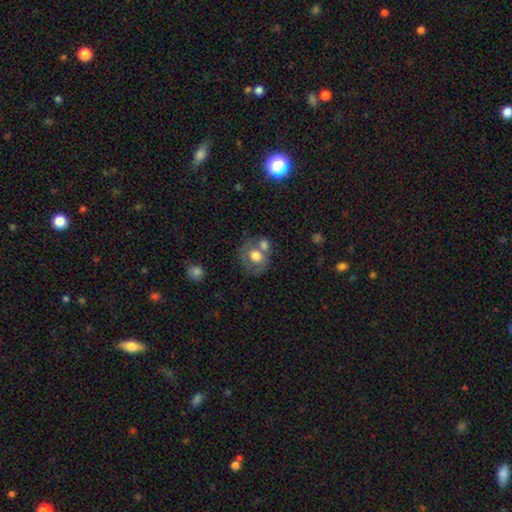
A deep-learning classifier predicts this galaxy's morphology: type=smooth (61%); roundness=round (66%); merging=none (40%).